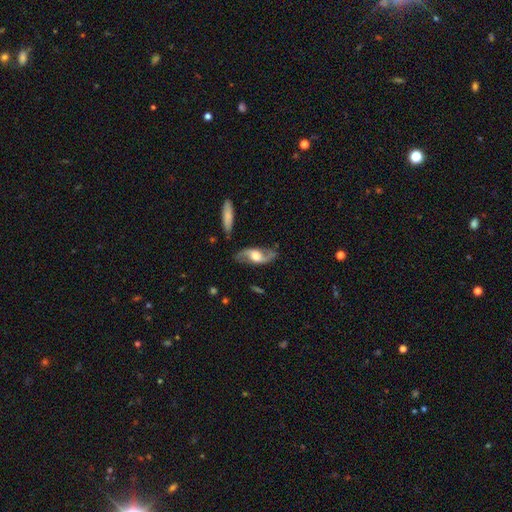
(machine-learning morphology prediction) smooth_or_featured: featured or disk (p=0.77) [alt: smooth p=0.17]
disk_edge_on: no (p=0.86) [alt: yes p=0.14]
bar: no (p=0.54) [alt: weak p=0.36]
has_spiral_arms: yes (p=0.91) [alt: no p=0.09]
spiral_winding: loose (p=0.62) [alt: medium p=0.30]
spiral_arm_count: 2 (p=0.92) [alt: can't tell p=0.03]
bulge_size: moderate (p=0.44) [alt: large p=0.43]
merging: none (p=0.76) [alt: minor disturbance p=0.16]